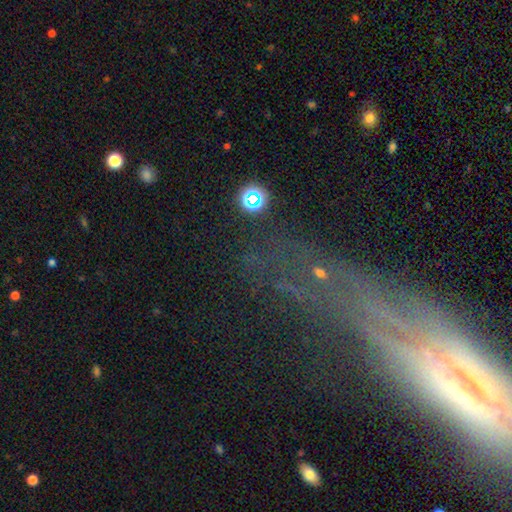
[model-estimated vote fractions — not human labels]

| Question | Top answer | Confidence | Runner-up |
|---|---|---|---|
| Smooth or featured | star or artifact | 41% | featured or disk (31%) |